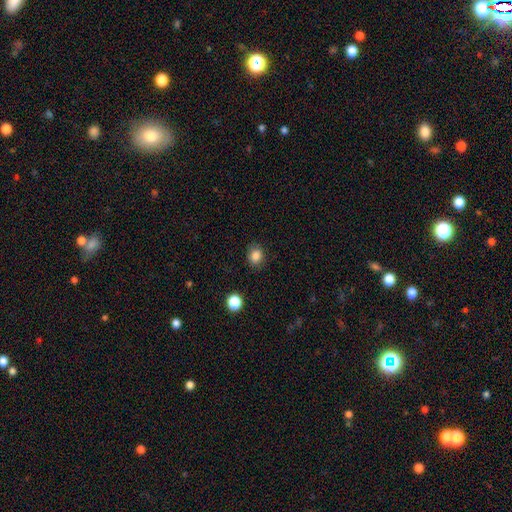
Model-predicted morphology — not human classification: smooth-or-featured: smooth: 84% | star or artifact: 11% | featured or disk: 5%
  how-rounded: round: 59% | in between: 40% | cigar-shaped: 1%
  merging: none: 84% | minor disturbance: 12% | major disturbance: 3% | merger: 1%